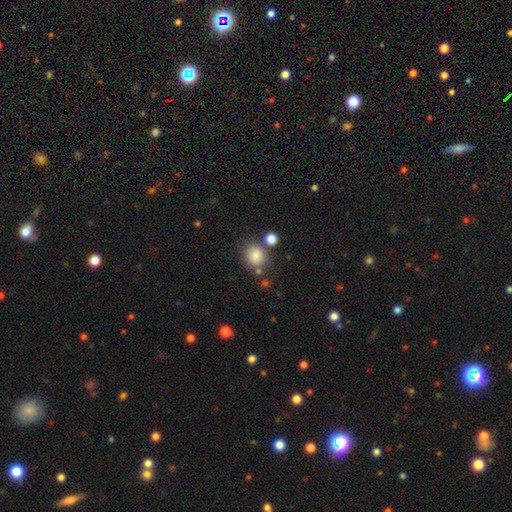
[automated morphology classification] type=smooth (84%); roundness=round (79%); merging=none (70%).